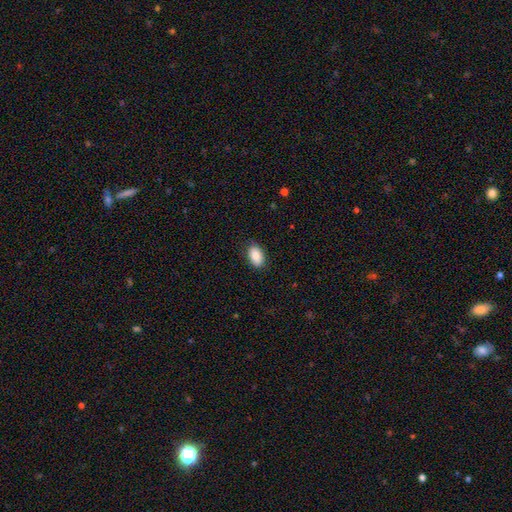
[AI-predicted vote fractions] Smooth or featured? Predicted: smooth (p=0.89). How rounded? Predicted: in between (p=0.93). Merging? Predicted: none (p=0.84).